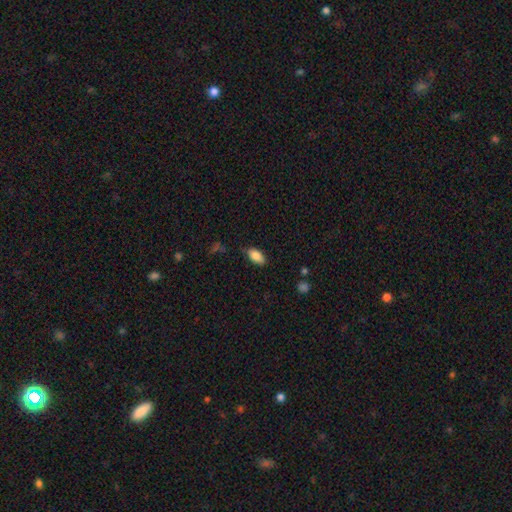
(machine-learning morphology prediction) Q: Smooth or featured?
A: smooth (86%); runner-up: star or artifact (8%)
Q: How rounded?
A: in between (91%); runner-up: cigar-shaped (5%)
Q: Merging?
A: none (78%); runner-up: minor disturbance (17%)